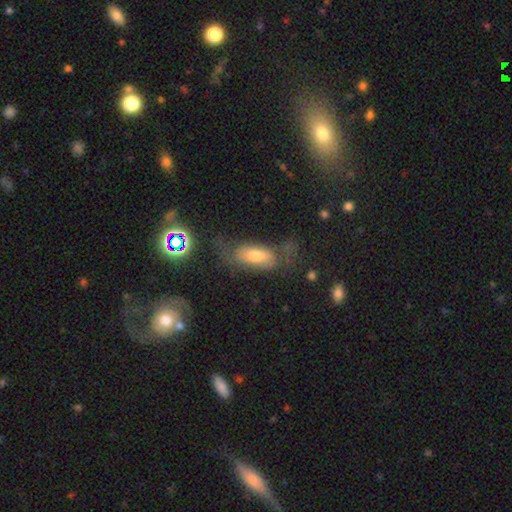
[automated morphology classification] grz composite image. It shows a smooth galaxy with no disk features (46%). Merging: none (48%).